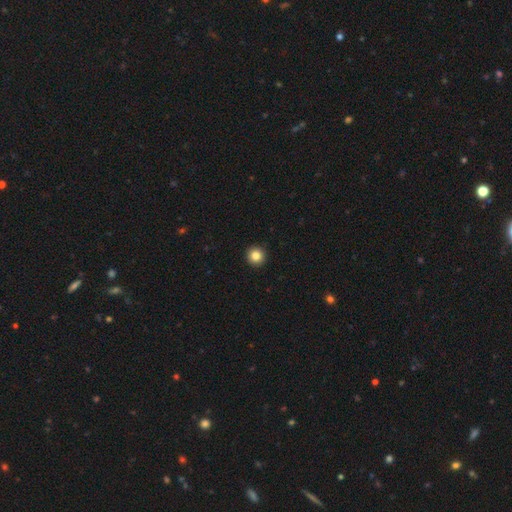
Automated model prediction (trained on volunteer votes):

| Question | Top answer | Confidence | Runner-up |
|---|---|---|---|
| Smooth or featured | smooth | 84% | star or artifact (10%) |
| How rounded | round | 96% | in between (3%) |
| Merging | none | 94% | minor disturbance (4%) |